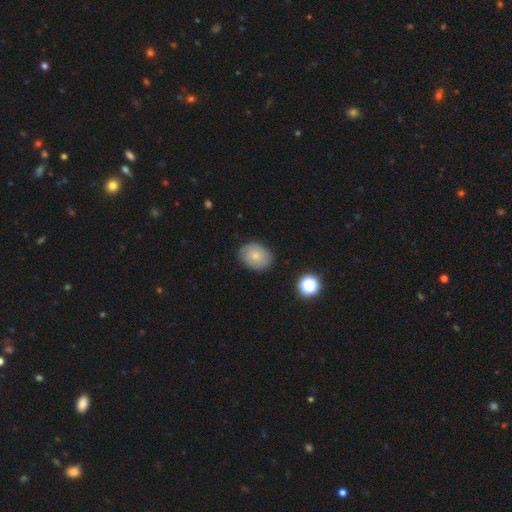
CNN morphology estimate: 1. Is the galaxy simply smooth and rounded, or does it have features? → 65% smooth, 25% featured or disk, 10% star or artifact.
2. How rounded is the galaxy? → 55% in between, 44% round, 1% cigar-shaped.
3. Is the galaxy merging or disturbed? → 80% none, 15% minor disturbance, 3% major disturbance, 1% merger.